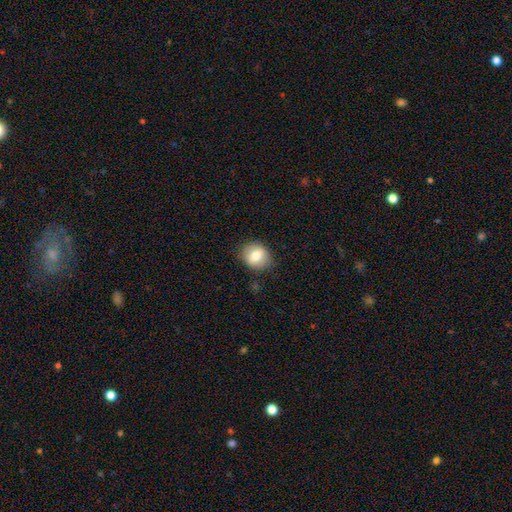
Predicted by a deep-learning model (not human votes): The model was most divided on "how rounded": round: 68%, in between: 31%, cigar-shaped: 1%. More confident: merging — none (82%); smooth or featured — smooth (76%).